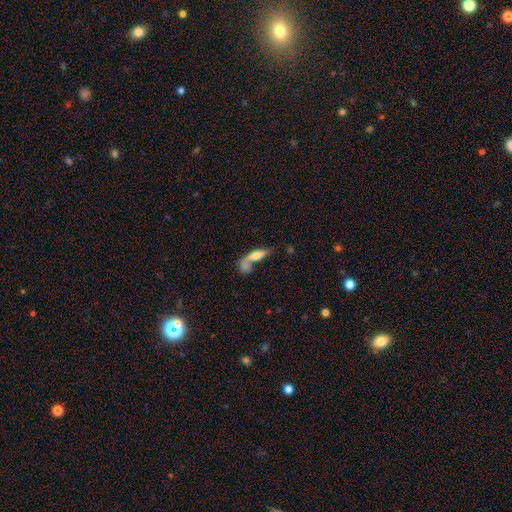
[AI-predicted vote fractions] Morphology: type=smooth (64%); roundness=in between (48%); merging=merger (48%).